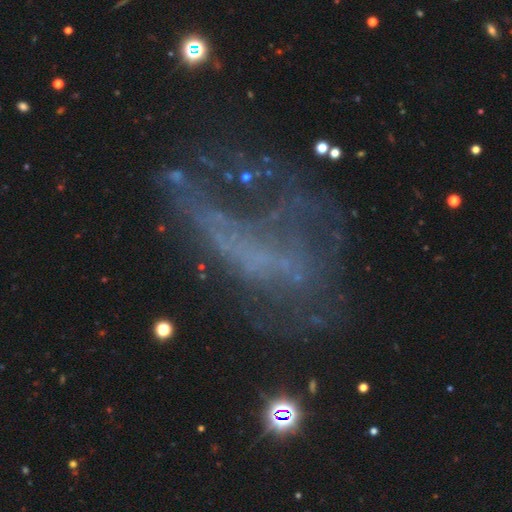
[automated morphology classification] Smooth or featured?
  - featured or disk: 54% *
  - star or artifact: 26%
  - smooth: 19%
Edge-on disk?
  - no: 92% *
  - yes: 8%
Bar?
  - no: 83% *
  - weak: 11%
  - strong: 6%
Spiral arms?
  - no: 82% *
  - yes: 18%
Bulge size?
  - none: 83% *
  - small: 10%
  - moderate: 4%
  - large: 2%
  - dominant: 1%
Merging?
  - major disturbance: 48% *
  - none: 30%
  - minor disturbance: 15%
  - merger: 7%